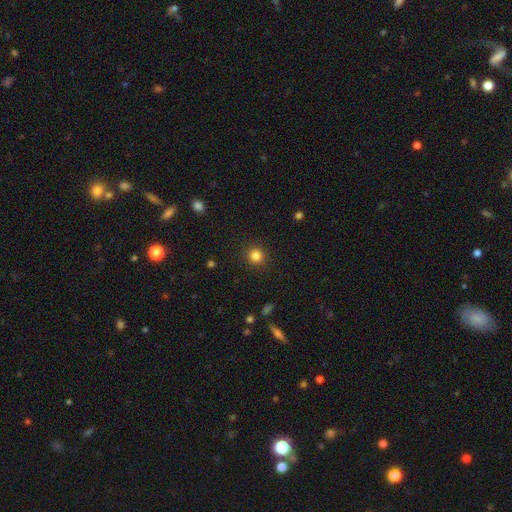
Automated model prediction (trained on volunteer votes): Morphology: type=smooth (83%); roundness=round (91%); merging=none (91%).